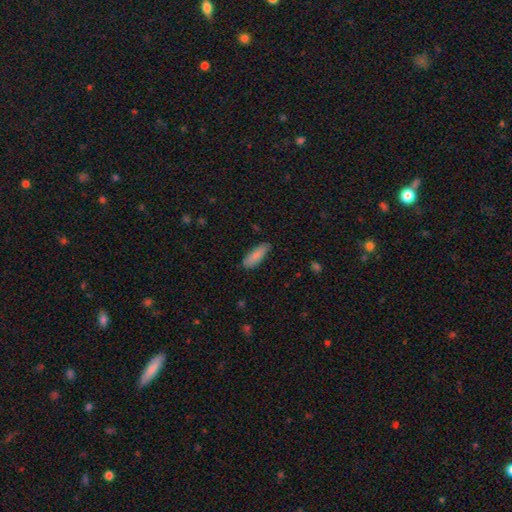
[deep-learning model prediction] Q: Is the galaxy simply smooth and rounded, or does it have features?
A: smooth — 85%.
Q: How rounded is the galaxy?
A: in between — 64%.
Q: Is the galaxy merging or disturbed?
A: none — 77%.